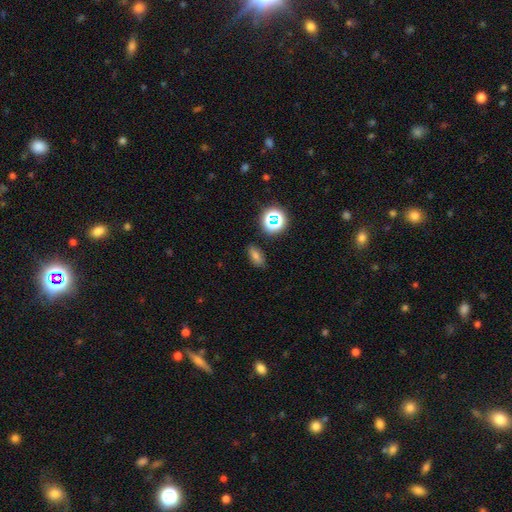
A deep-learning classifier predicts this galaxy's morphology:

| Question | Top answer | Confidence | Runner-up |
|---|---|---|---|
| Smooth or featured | smooth | 62% | star or artifact (26%) |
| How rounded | in between | 77% | round (14%) |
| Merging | none | 85% | minor disturbance (10%) |